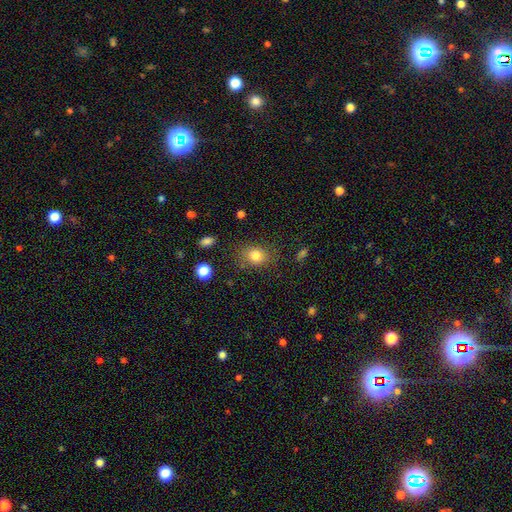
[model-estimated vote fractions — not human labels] This appears to be a smooth galaxy with no disk features (81%) that is round (50%). Merging: none (77%).